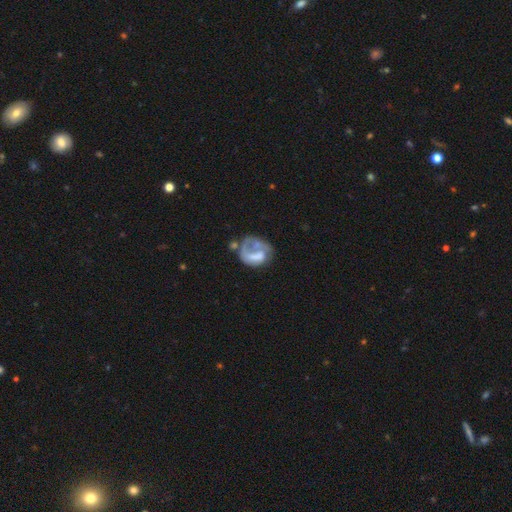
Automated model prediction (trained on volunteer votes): A featured or disk galaxy (59%) with no bar (62%), no spiral arms (51%) and no central bulge (47%).

Vote fractions:
- Smooth or featured? featured or disk: 59% / smooth: 33% / star or artifact: 8%
- Edge-on disk? no: 98% / yes: 2%
- Bar? no: 62% / weak: 27% / strong: 11%
- Spiral arms? no: 51% / yes: 49%
- Bulge size? none: 47% / moderate: 23% / small: 16% / large: 12% / dominant: 3%
- Merging? major disturbance: 36% / none: 33% / minor disturbance: 19% / merger: 12%